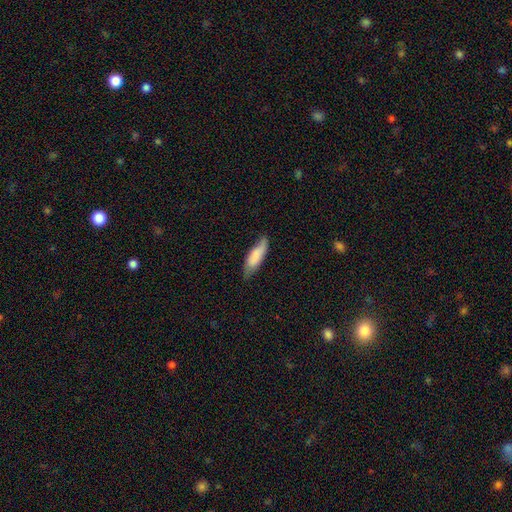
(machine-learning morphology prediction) A smooth galaxy with no disk features (77%) that is in between round and cigar-shaped (51%). Merging: none (62%).